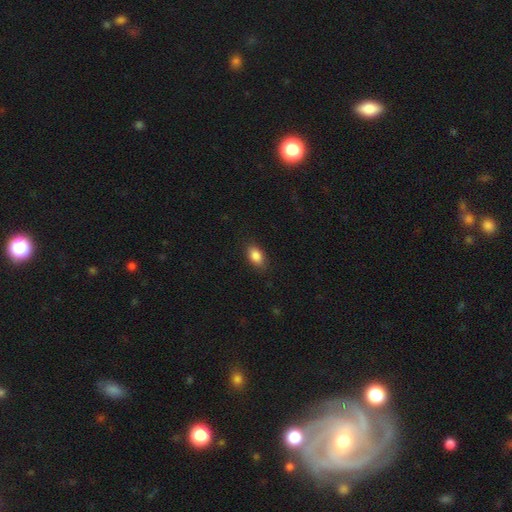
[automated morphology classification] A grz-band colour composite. It shows a smooth galaxy with no disk features (87%) that is in between round and cigar-shaped (87%). Merging: none (85%).